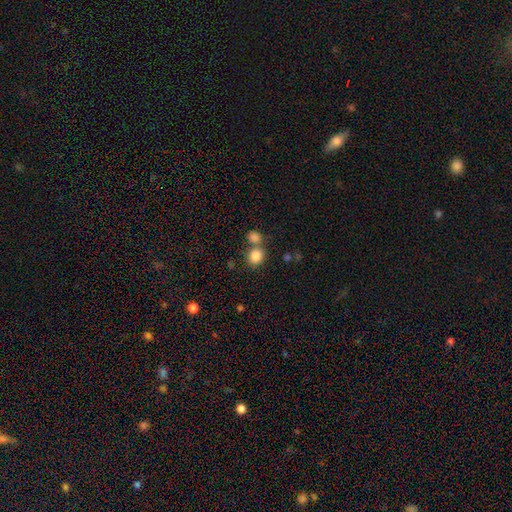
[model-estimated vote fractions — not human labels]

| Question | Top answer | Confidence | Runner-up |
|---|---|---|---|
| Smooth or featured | smooth | 84% | star or artifact (10%) |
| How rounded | round | 80% | in between (19%) |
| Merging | none | 57% | merger (32%) |